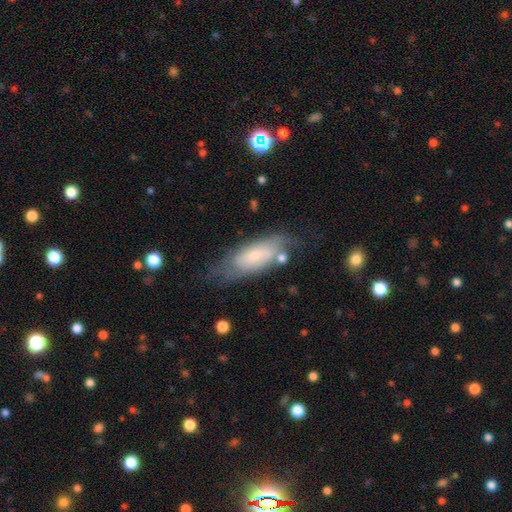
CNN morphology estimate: Smooth or featured?
  - featured or disk: 47% *
  - smooth: 46%
  - star or artifact: 7%
Merging?
  - none: 56% *
  - minor disturbance: 26%
  - major disturbance: 12%
  - merger: 6%